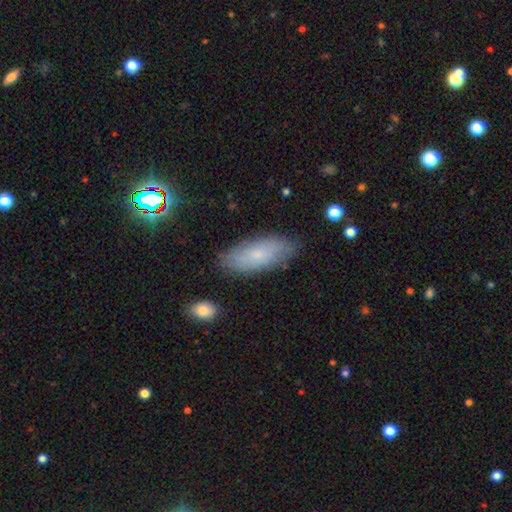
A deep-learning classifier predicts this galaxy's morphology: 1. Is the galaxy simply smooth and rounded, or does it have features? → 68% smooth, 22% featured or disk, 10% star or artifact.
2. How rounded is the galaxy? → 74% in between, 23% cigar-shaped, 3% round.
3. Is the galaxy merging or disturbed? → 84% none, 12% minor disturbance, 3% major disturbance, 2% merger.